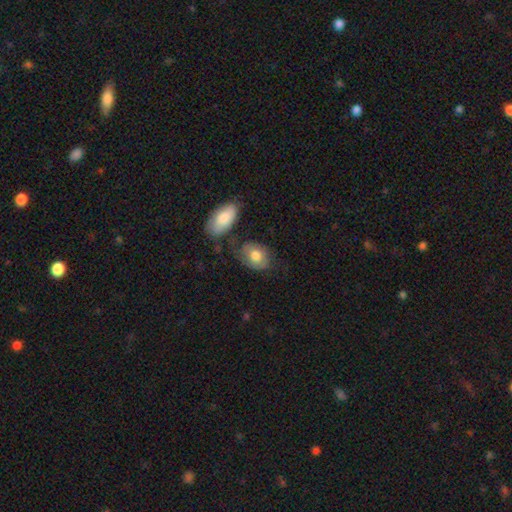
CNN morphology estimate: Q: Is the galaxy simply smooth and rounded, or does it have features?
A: smooth — 72%.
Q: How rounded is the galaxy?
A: in between — 74%.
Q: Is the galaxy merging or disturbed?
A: none — 56%.